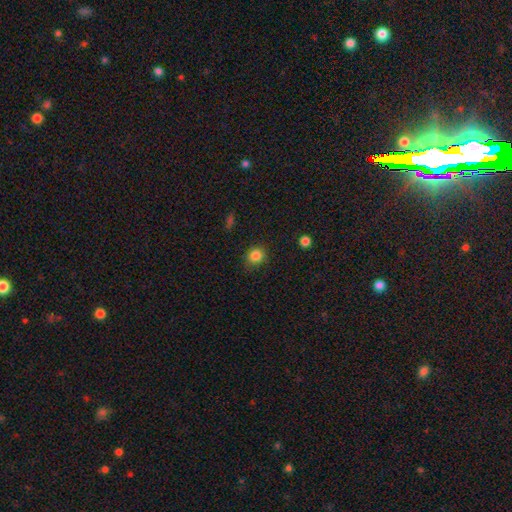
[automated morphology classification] Smooth or featured? smooth (84%)
How rounded? round (79%)
Merging? none (84%)